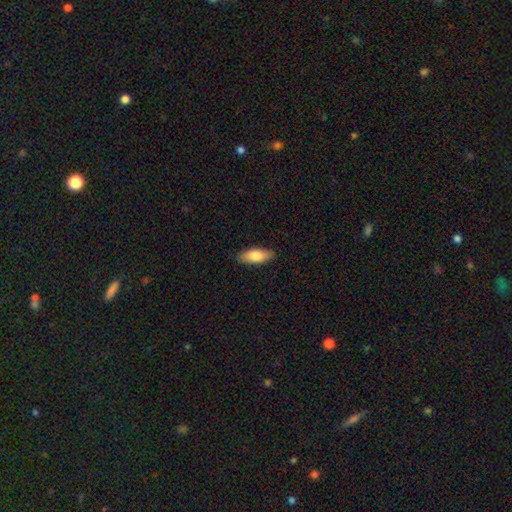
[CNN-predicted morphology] A smooth galaxy with no disk features (81%) that is in between round and cigar-shaped (77%).

Vote fractions:
- Smooth or featured? smooth: 81% / featured or disk: 13% / star or artifact: 6%
- How rounded? in between: 77% / cigar-shaped: 21% / round: 2%
- Merging? none: 88% / minor disturbance: 9% / major disturbance: 2% / merger: 1%